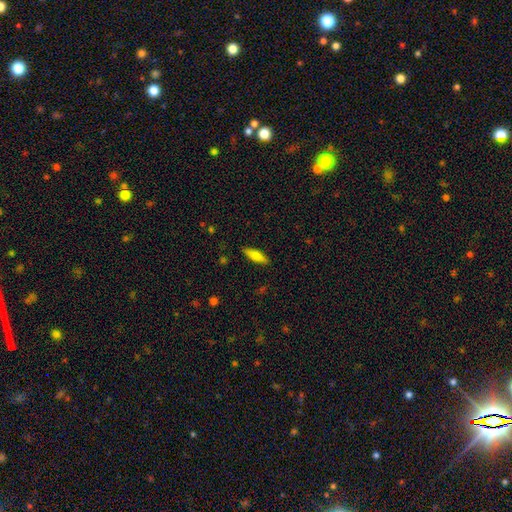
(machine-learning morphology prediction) smooth 71%, featured or disk 23%, star or artifact 7%. Down the decision tree: how rounded — cigar-shaped (53%); merging — none (87%).